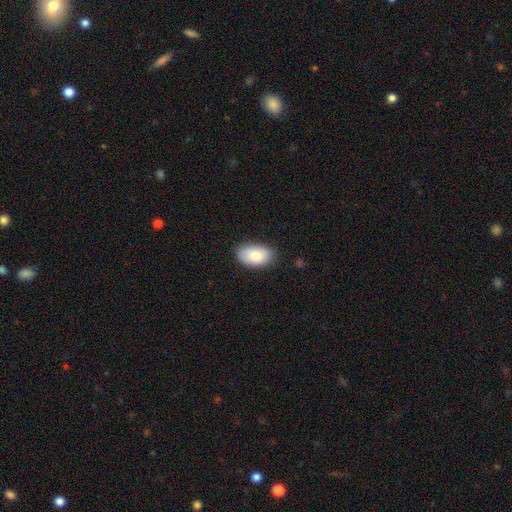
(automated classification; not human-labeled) smooth 83%, featured or disk 10%, star or artifact 7%. Down the decision tree: how rounded — in between (93%); merging — none (81%).